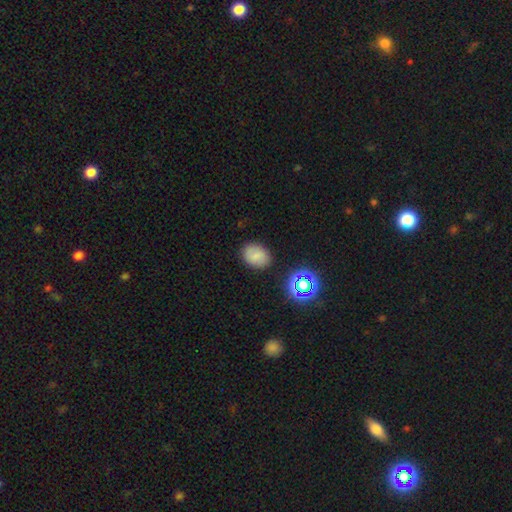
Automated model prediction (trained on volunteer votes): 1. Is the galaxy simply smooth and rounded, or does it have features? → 77% smooth, 13% star or artifact, 10% featured or disk.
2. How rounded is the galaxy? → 69% in between, 30% round, 1% cigar-shaped.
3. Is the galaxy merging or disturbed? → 84% none, 11% minor disturbance, 3% major disturbance, 2% merger.